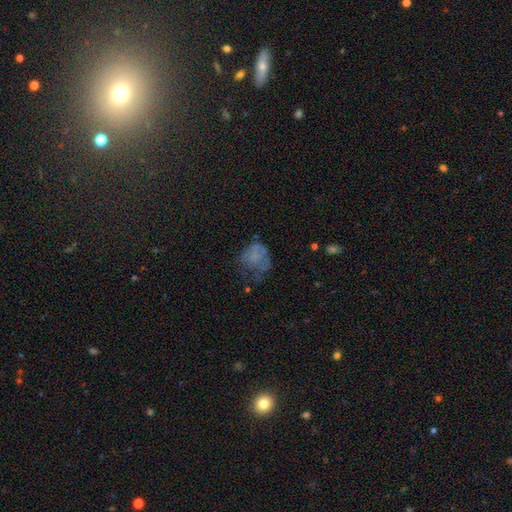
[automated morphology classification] Q: Smooth or featured?
A: smooth (49%); runner-up: featured or disk (35%)
Q: Merging?
A: major disturbance (40%); runner-up: none (32%)